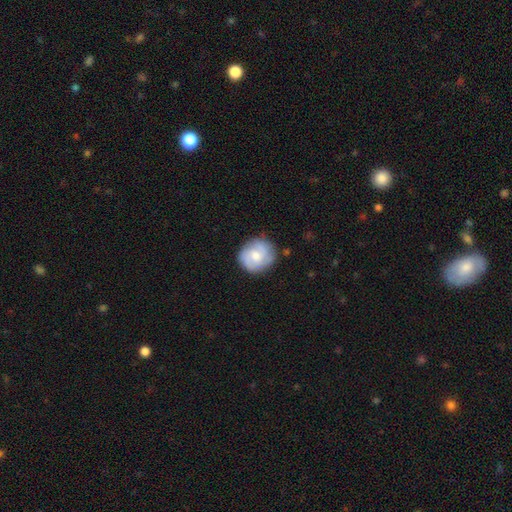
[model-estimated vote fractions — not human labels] Smooth or featured?
  - featured or disk: 47% *
  - smooth: 46%
  - star or artifact: 6%
Merging?
  - none: 77% *
  - minor disturbance: 17%
  - major disturbance: 5%
  - merger: 2%